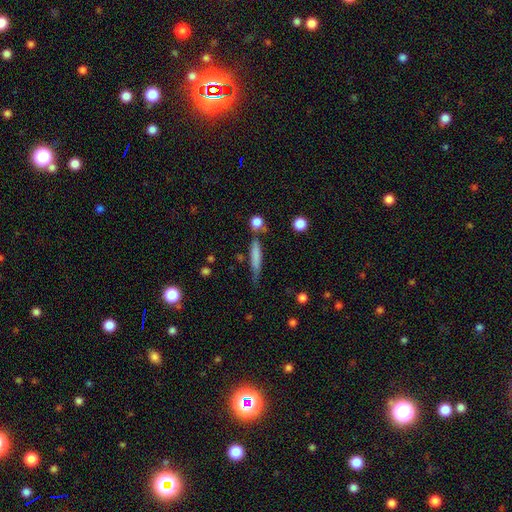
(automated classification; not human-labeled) smooth_or_featured: smooth (p=0.69) [alt: featured or disk p=0.24]
how_rounded: cigar-shaped (p=0.87) [alt: in between p=0.11]
merging: none (p=0.61) [alt: minor disturbance p=0.21]